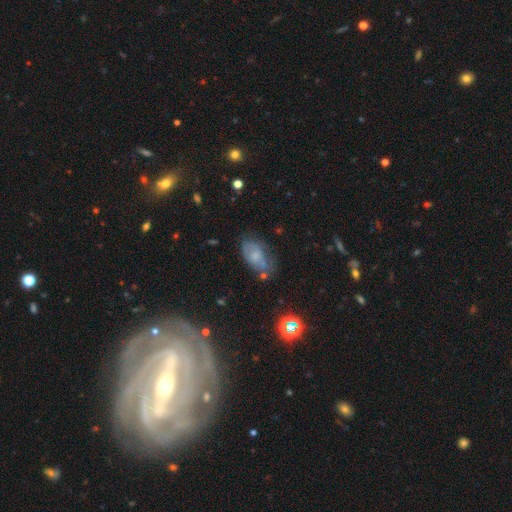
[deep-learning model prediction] smooth-or-featured: smooth: 51% | featured or disk: 33% | star or artifact: 16%
  how-rounded: in between: 89% | round: 8% | cigar-shaped: 3%
  merging: none: 47% | minor disturbance: 30% | major disturbance: 16% | merger: 7%